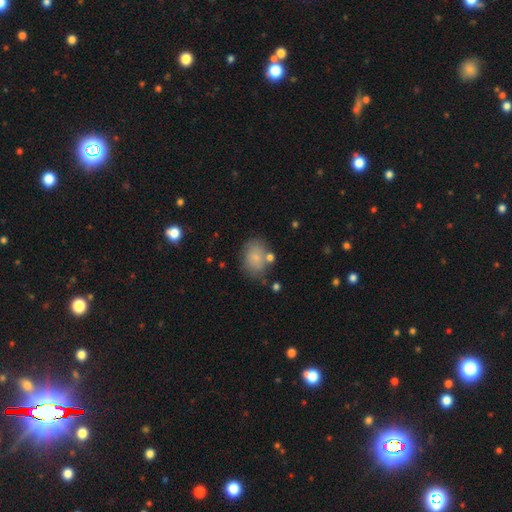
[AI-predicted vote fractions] smooth-or-featured: smooth: 76% | featured or disk: 15% | star or artifact: 9%
  how-rounded: in between: 62% | round: 37% | cigar-shaped: 1%
  merging: none: 62% | minor disturbance: 21% | merger: 10% | major disturbance: 8%